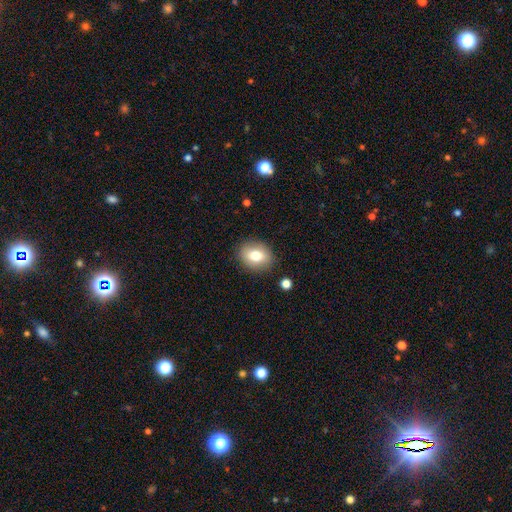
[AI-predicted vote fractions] A smooth galaxy with no disk features (74%) that is in between round and cigar-shaped (52%).

Vote fractions:
- Smooth or featured? smooth: 74% / featured or disk: 17% / star or artifact: 9%
- How rounded? in between: 52% / round: 47% / cigar-shaped: 1%
- Merging? none: 87% / minor disturbance: 9% / major disturbance: 3% / merger: 2%